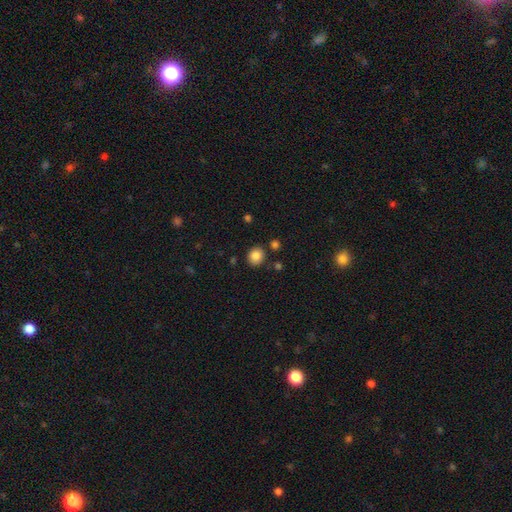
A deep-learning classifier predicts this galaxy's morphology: Smooth or featured?
  - smooth: 85% *
  - star or artifact: 10%
  - featured or disk: 5%
How rounded?
  - round: 73% *
  - in between: 26%
  - cigar-shaped: 1%
Merging?
  - none: 84% *
  - minor disturbance: 9%
  - merger: 4%
  - major disturbance: 3%